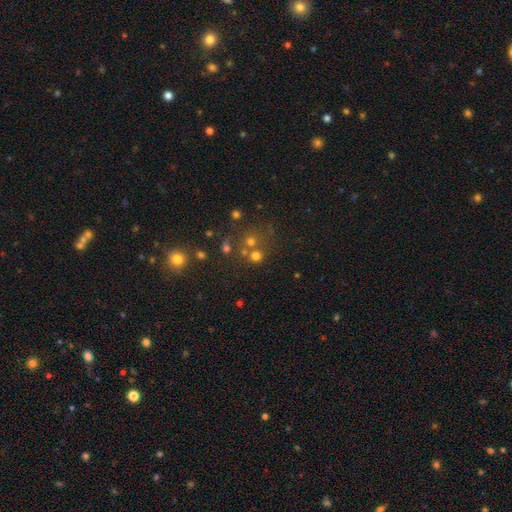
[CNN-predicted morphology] Q: Smooth or featured?
A: smooth (65%); runner-up: star or artifact (25%)
Q: How rounded?
A: round (87%); runner-up: in between (12%)
Q: Merging?
A: none (59%); runner-up: merger (29%)